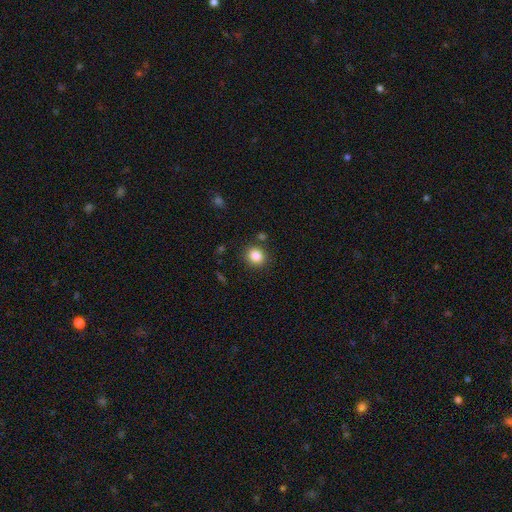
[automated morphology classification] Overall: smooth (85%). How rounded: round (80%). Merging: none (84%).